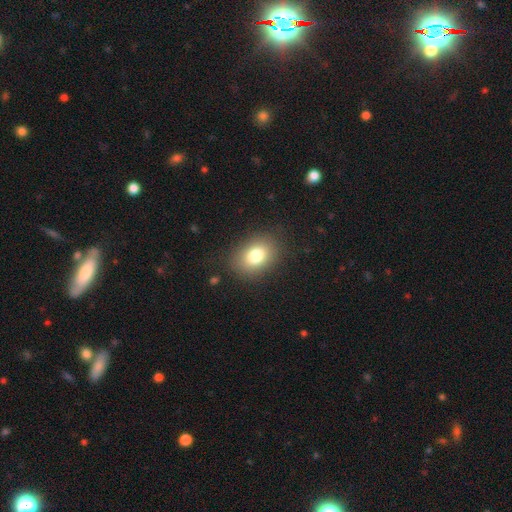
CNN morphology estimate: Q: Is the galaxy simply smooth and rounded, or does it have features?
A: smooth — 80%.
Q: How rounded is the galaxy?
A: in between — 70%.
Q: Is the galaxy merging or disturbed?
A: none — 85%.